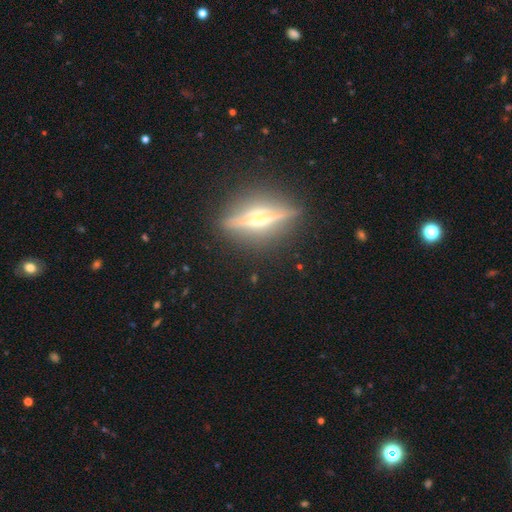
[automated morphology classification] Smooth or featured: featured or disk — 78% (smooth — 13%)
Edge-on disk: yes — 95% (no — 5%)
Edge-on bulge: rounded — 92% (boxy — 5%)
Merging: none — 89% (minor disturbance — 8%)